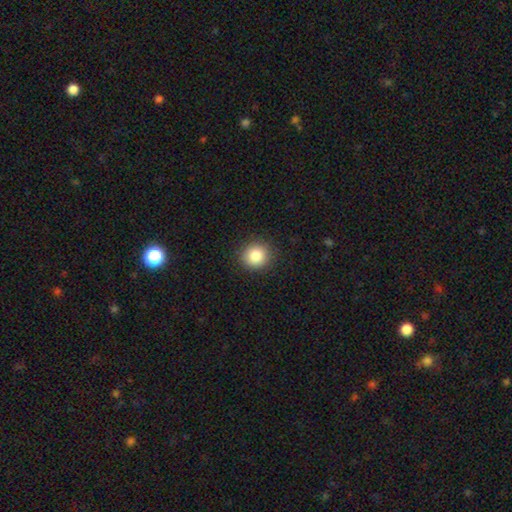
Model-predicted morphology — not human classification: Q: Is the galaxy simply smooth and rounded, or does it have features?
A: smooth — 85%.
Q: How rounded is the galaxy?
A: round — 87%.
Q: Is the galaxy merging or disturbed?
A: none — 90%.